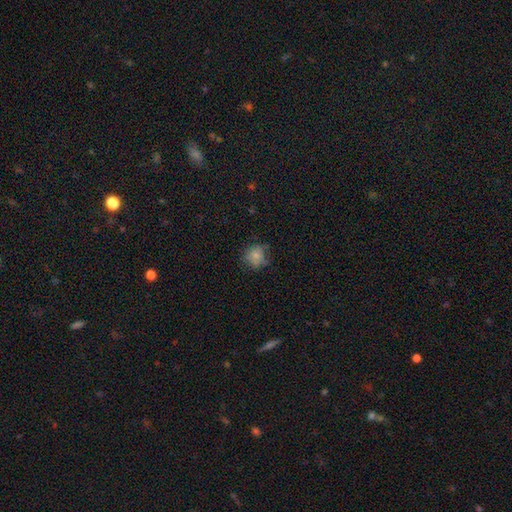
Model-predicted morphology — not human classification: A smooth galaxy with no disk features (73%) that is round (80%).

Vote fractions:
- Smooth or featured? smooth: 73% / featured or disk: 15% / star or artifact: 12%
- How rounded? round: 80% / in between: 19% / cigar-shaped: 1%
- Merging? none: 64% / minor disturbance: 24% / major disturbance: 9% / merger: 3%